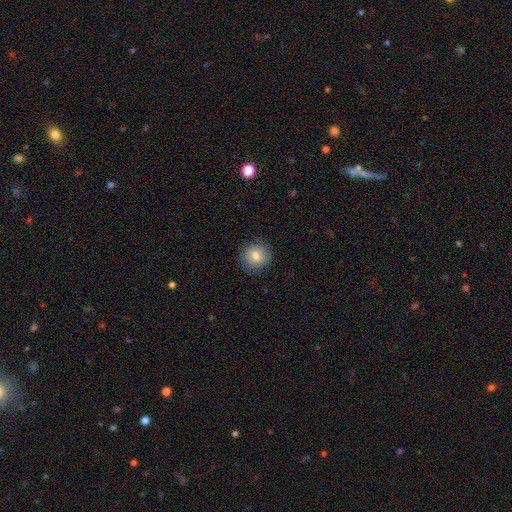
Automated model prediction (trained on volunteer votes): Morphology: type=smooth (77%); roundness=round (91%); merging=none (88%).